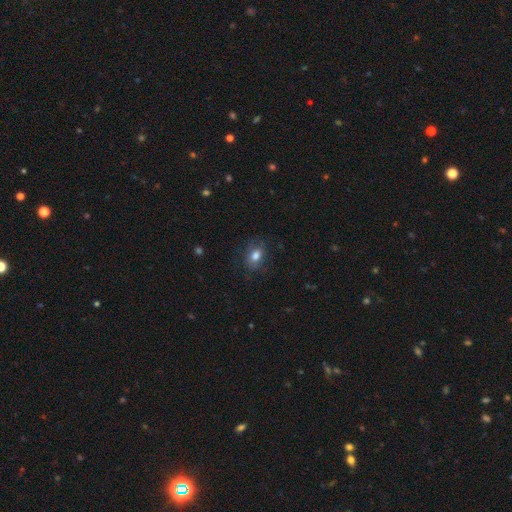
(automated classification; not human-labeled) This is likely a smooth galaxy (77%). How rounded: likely in between (74%). Merging: likely none (77%).